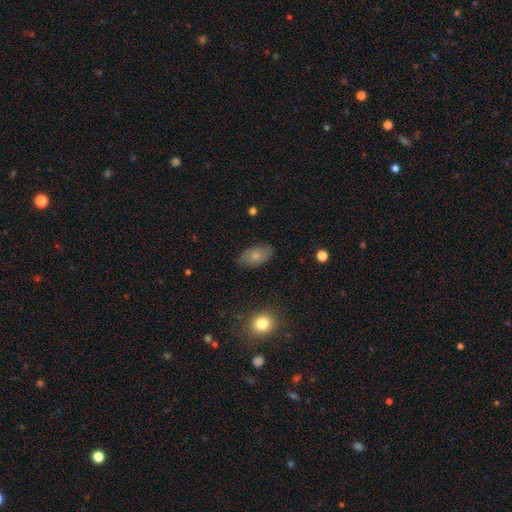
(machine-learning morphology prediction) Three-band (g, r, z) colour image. It shows a smooth galaxy with no disk features (73%) that is in between round and cigar-shaped (92%). Merging: none (82%).